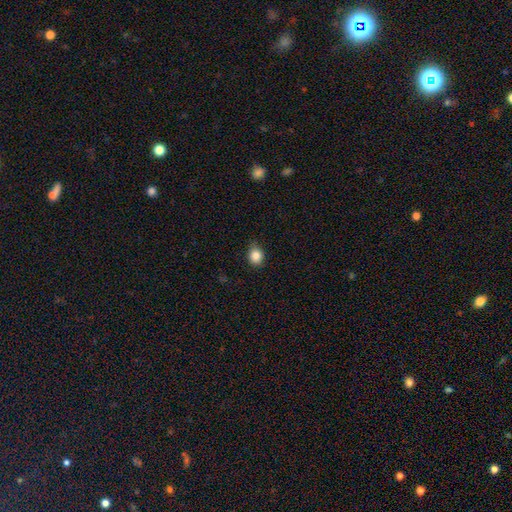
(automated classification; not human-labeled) smooth_or_featured: smooth (p=0.85) [alt: star or artifact p=0.10]
how_rounded: round (p=0.67) [alt: in between p=0.32]
merging: none (p=0.75) [alt: minor disturbance p=0.20]